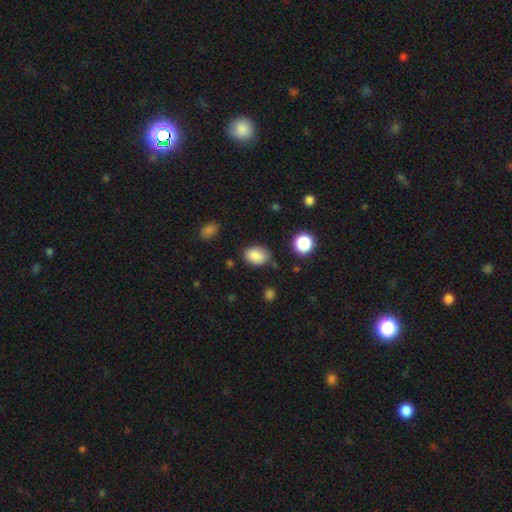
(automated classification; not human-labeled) This is clearly a smooth galaxy (86%). How rounded: likely in between (69%). Merging: likely none (77%).